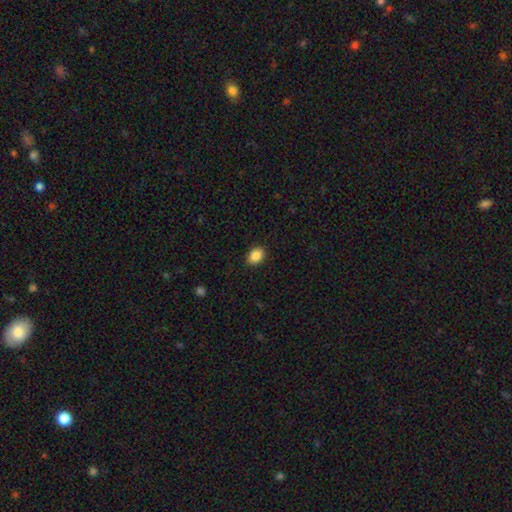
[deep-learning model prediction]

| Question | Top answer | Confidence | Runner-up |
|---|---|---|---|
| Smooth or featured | smooth | 88% | star or artifact (8%) |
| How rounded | in between | 71% | round (28%) |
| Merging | none | 90% | minor disturbance (7%) |